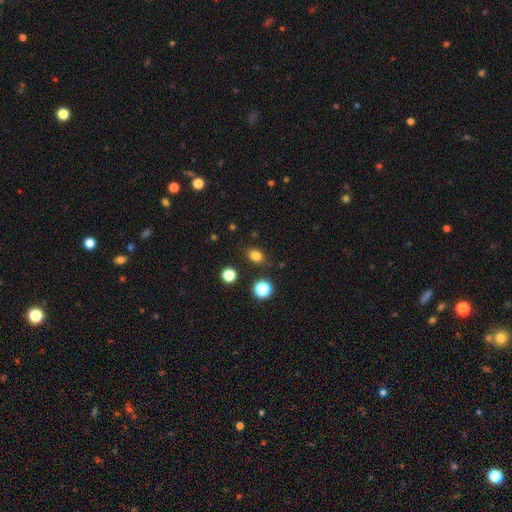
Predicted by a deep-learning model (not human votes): Smooth or featured? smooth (80%)
How rounded? in between (56%)
Merging? none (82%)